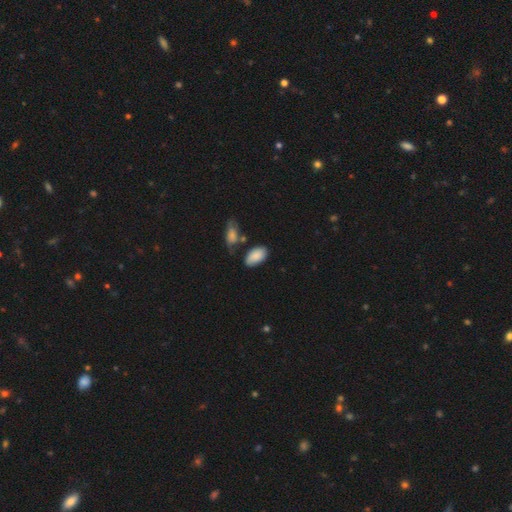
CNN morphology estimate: Q: Smooth or featured?
A: smooth (85%); runner-up: featured or disk (9%)
Q: How rounded?
A: in between (94%); runner-up: round (4%)
Q: Merging?
A: none (64%); runner-up: minor disturbance (20%)